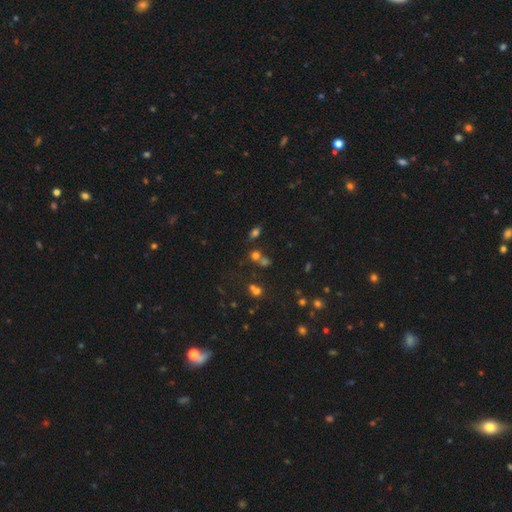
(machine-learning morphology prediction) This appears to be a smooth galaxy with no disk features (60%) that is round (72%). Merging: none (53%).